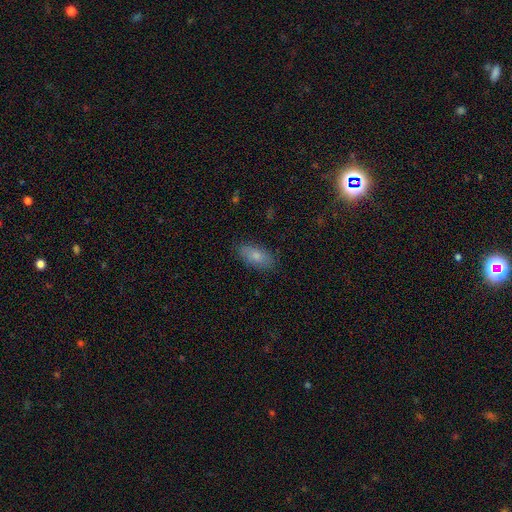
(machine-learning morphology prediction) smooth 81%, featured or disk 12%, star or artifact 7%. Down the decision tree: how rounded — in between (89%); merging — none (85%).